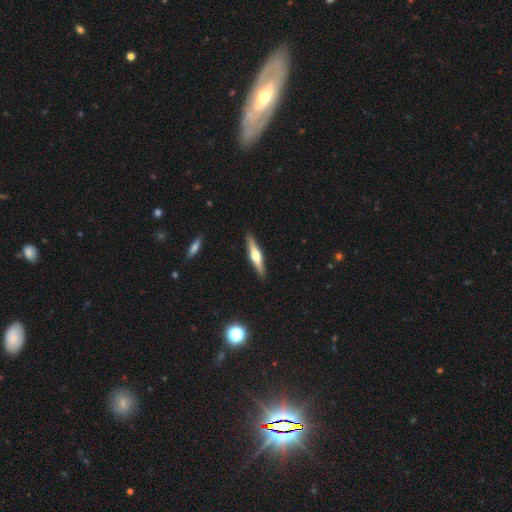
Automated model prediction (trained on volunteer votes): Smooth or featured: featured or disk — 68% (smooth — 26%)
Edge-on disk: yes — 97% (no — 3%)
Edge-on bulge: rounded — 93% (boxy — 4%)
Merging: none — 91% (minor disturbance — 6%)